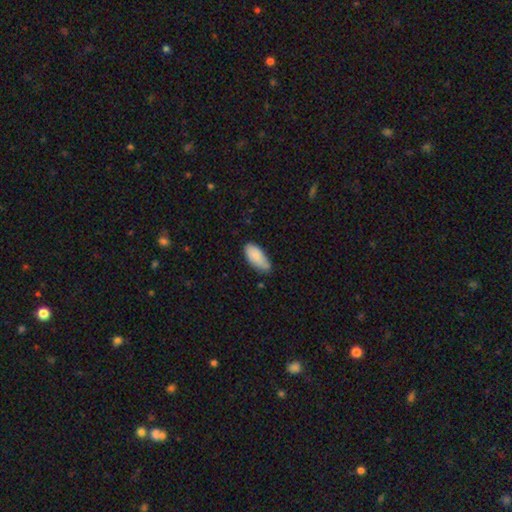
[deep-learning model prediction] The model was most divided on "merging": none: 60%, minor disturbance: 33%, major disturbance: 4%, merger: 2%. More confident: how rounded — in between (90%); smooth or featured — smooth (87%).